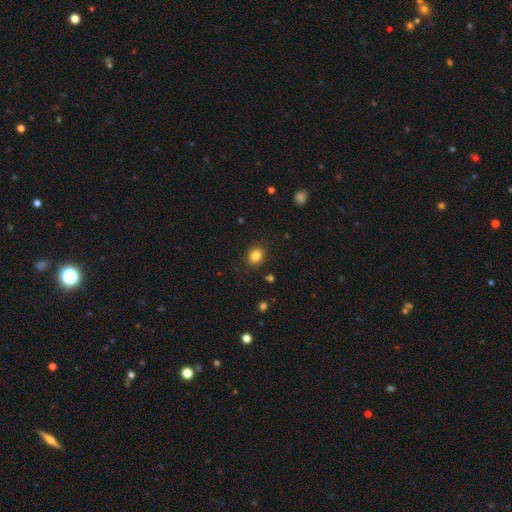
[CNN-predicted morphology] A smooth galaxy with no disk features (83%) that is round (69%).

Vote fractions:
- Smooth or featured? smooth: 83% / star or artifact: 11% / featured or disk: 5%
- How rounded? round: 69% / in between: 30% / cigar-shaped: 1%
- Merging? none: 89% / minor disturbance: 8% / major disturbance: 2% / merger: 1%